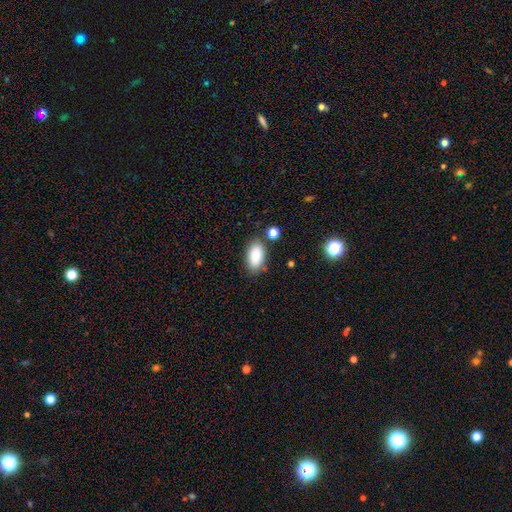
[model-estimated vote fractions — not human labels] Q: Smooth or featured?
A: smooth (87%); runner-up: star or artifact (7%)
Q: How rounded?
A: in between (93%); runner-up: round (4%)
Q: Merging?
A: none (79%); runner-up: minor disturbance (13%)